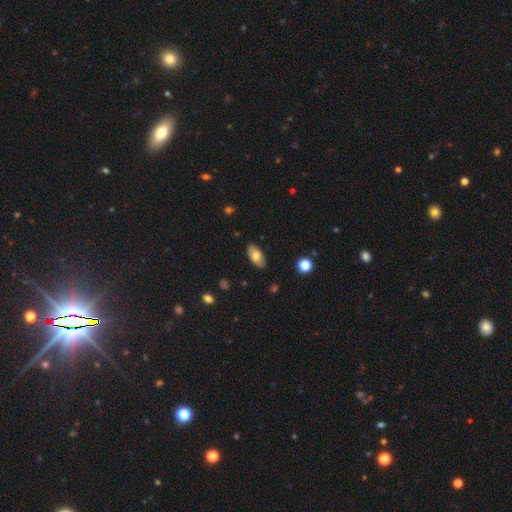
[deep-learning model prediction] This appears to be a smooth galaxy with no disk features (73%) that is in between round and cigar-shaped (92%). Merging: none (86%).